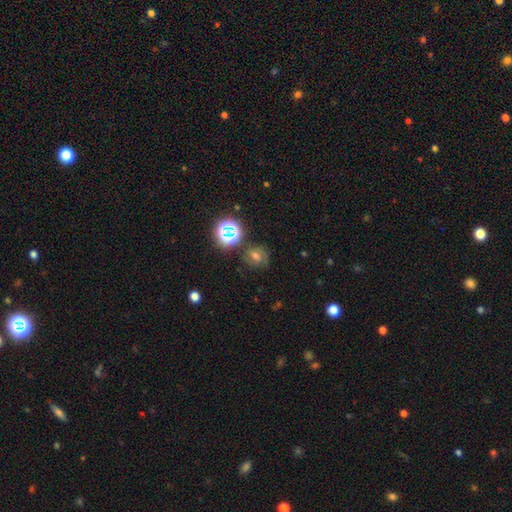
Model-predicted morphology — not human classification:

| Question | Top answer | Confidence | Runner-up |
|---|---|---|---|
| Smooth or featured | smooth | 43% | star or artifact (30%) |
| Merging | none | 69% | minor disturbance (18%) |